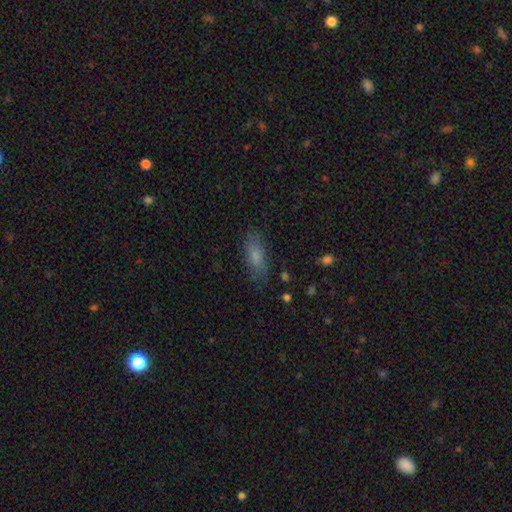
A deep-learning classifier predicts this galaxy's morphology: smooth_or_featured: smooth (p=0.78) [alt: featured or disk p=0.13]
how_rounded: in between (p=0.73) [alt: cigar-shaped p=0.24]
merging: none (p=0.78) [alt: minor disturbance p=0.15]